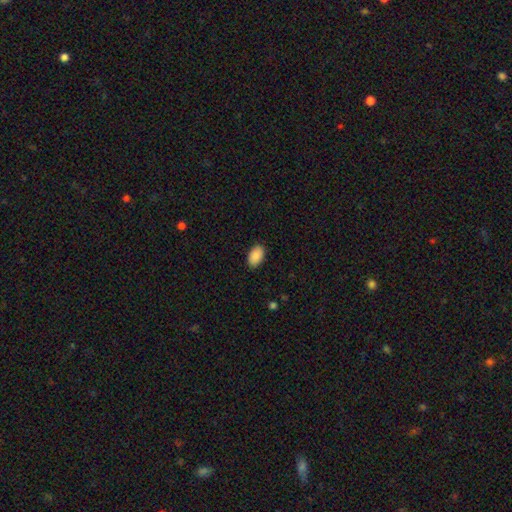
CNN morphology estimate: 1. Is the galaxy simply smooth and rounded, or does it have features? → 90% smooth, 7% star or artifact, 4% featured or disk.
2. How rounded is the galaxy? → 92% in between, 6% round, 1% cigar-shaped.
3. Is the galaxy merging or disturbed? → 88% none, 9% minor disturbance, 2% major disturbance, 1% merger.